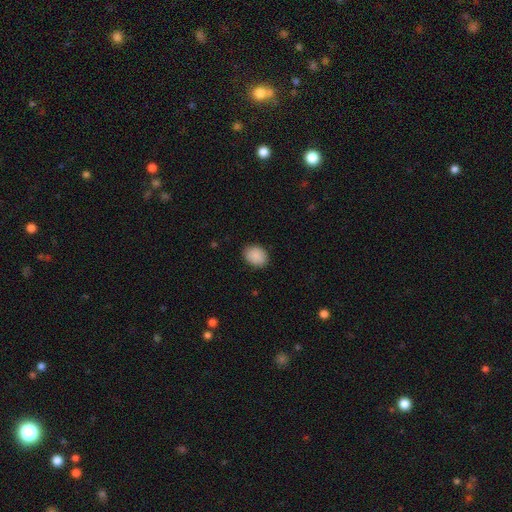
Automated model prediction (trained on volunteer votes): Q: Smooth or featured?
A: smooth (90%); runner-up: star or artifact (7%)
Q: How rounded?
A: in between (60%); runner-up: round (39%)
Q: Merging?
A: none (87%); runner-up: minor disturbance (10%)